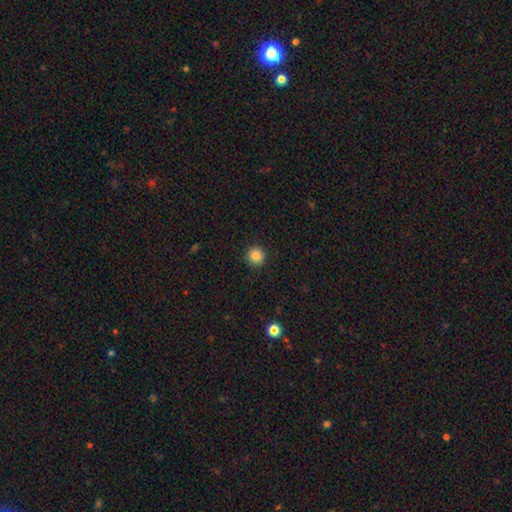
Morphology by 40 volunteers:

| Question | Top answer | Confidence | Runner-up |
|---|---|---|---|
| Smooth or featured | smooth | 90% | star or artifact (8%) |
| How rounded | round | 94% | in between (6%) |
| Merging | none | 86% | minor disturbance (11%) |